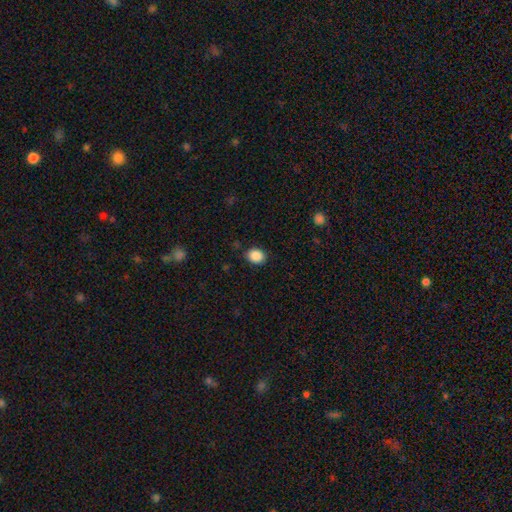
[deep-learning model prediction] Overall: smooth (88%). How rounded: round (51%; in between 48%). Merging: none (87%).